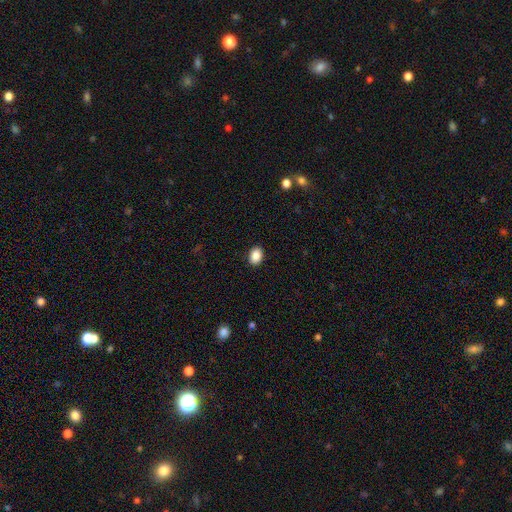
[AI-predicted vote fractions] The model was most divided on "how rounded": in between: 76%, round: 23%, cigar-shaped: 1%. More confident: merging — none (90%); smooth or featured — smooth (89%).